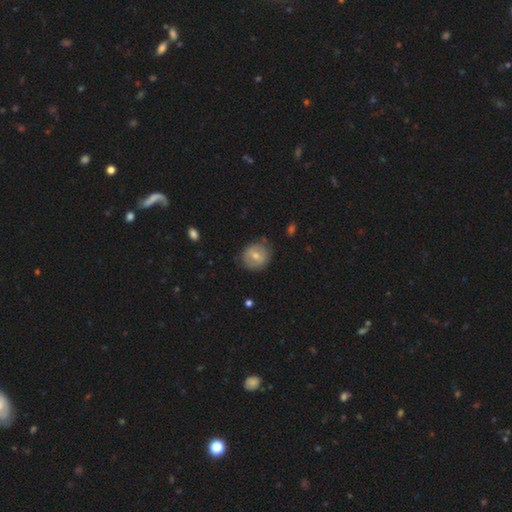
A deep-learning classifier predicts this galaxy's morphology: Smooth or featured? smooth (55%)
How rounded? round (81%)
Merging? none (76%)